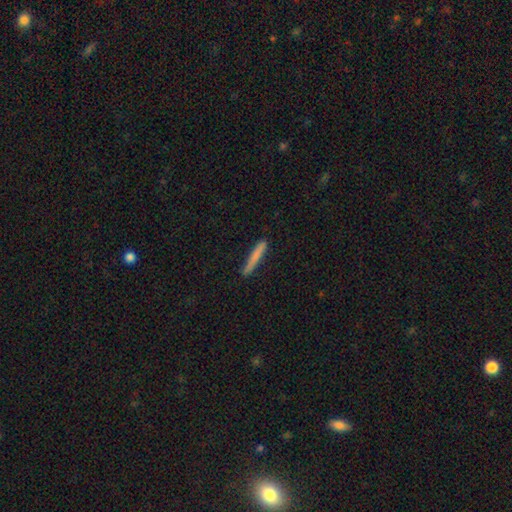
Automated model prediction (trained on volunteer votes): The model was most divided on "smooth or featured": smooth: 77%, featured or disk: 17%, star or artifact: 6%. More confident: how rounded — cigar-shaped (95%); merging — none (84%).